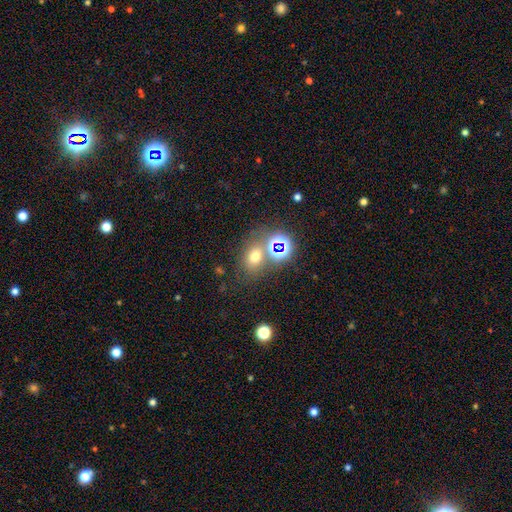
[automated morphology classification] Q: Smooth or featured?
A: smooth (61%); runner-up: star or artifact (27%)
Q: How rounded?
A: in between (50%); runner-up: round (48%)
Q: Merging?
A: none (62%); runner-up: merger (20%)